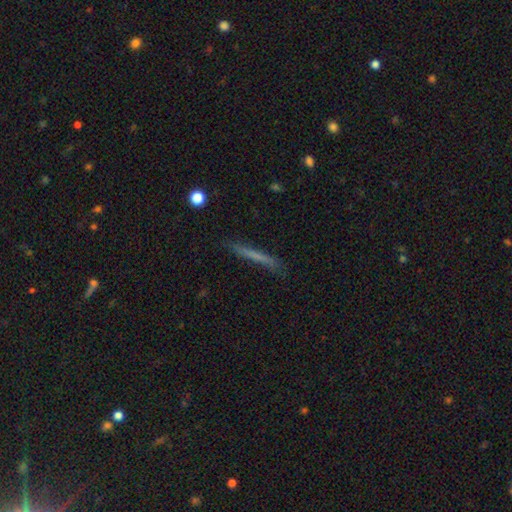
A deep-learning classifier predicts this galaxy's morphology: smooth_or_featured: smooth (p=0.58) [alt: featured or disk p=0.35]
how_rounded: cigar-shaped (p=0.96) [alt: in between p=0.03]
merging: none (p=0.84) [alt: minor disturbance p=0.12]